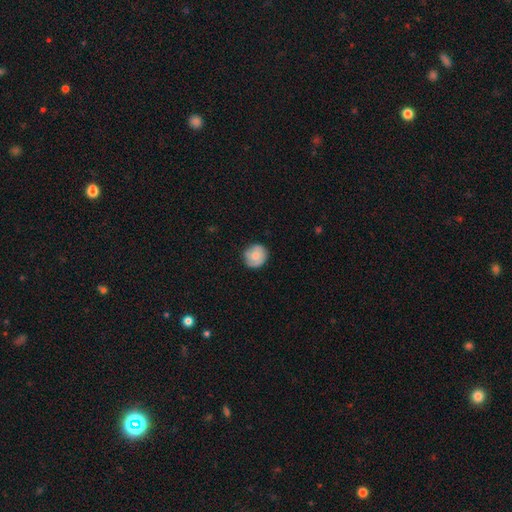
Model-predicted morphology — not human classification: This appears to be a smooth galaxy with no disk features (65%) that is round (88%). Merging: none (79%).